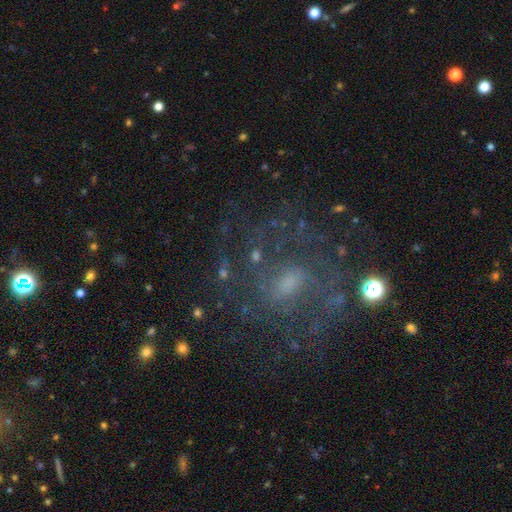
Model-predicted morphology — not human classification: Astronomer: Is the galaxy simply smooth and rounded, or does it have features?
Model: featured or disk — 62%.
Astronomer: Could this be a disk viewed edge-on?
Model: no — 97%.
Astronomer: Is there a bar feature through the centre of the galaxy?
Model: no — 43% (runner-up: weak, 41%).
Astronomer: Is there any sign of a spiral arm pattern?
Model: yes — 78%.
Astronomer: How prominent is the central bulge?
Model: moderate — 38% (runner-up: small, 34%).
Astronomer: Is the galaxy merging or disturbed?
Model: none — 62%.